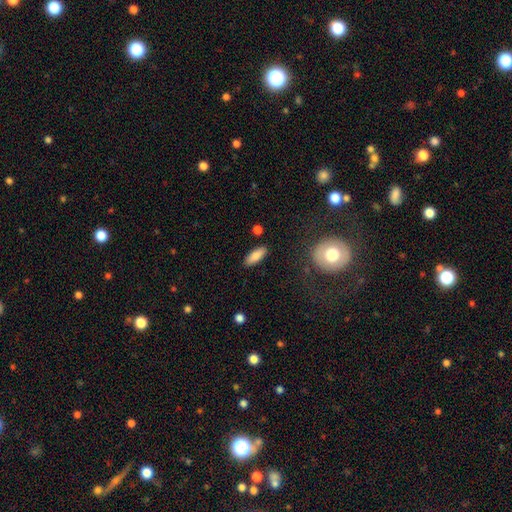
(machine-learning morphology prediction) Smooth or featured? Predicted: smooth (p=0.85). How rounded? Predicted: in between (p=0.70). Merging? Predicted: none (p=0.87).